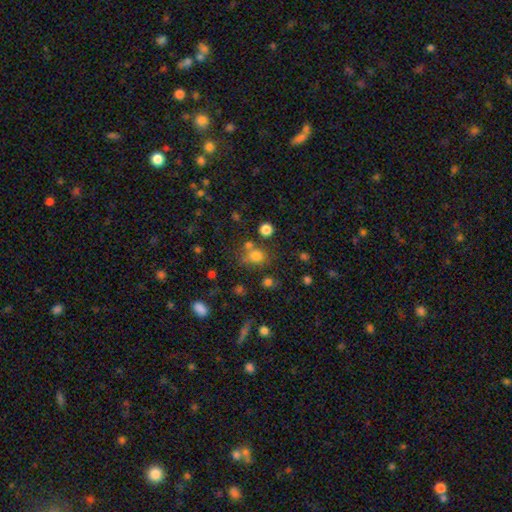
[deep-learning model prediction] This is likely a smooth galaxy (72%). How rounded: likely round (64%). Merging: possibly none (59%).